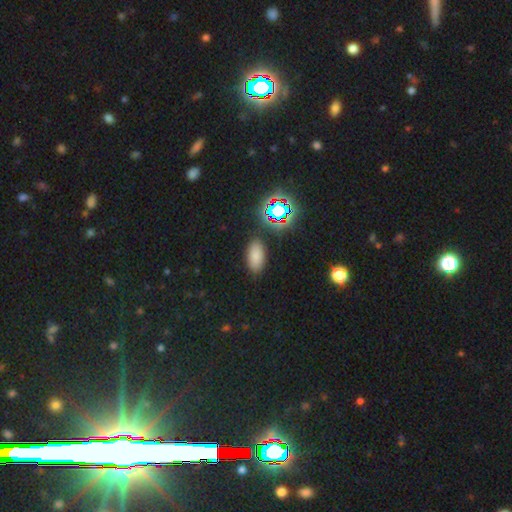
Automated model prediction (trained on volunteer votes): Smooth or featured?
  - smooth: 72% *
  - star or artifact: 22%
  - featured or disk: 6%
How rounded?
  - in between: 91% *
  - cigar-shaped: 5%
  - round: 4%
Merging?
  - none: 86% *
  - minor disturbance: 9%
  - major disturbance: 3%
  - merger: 2%